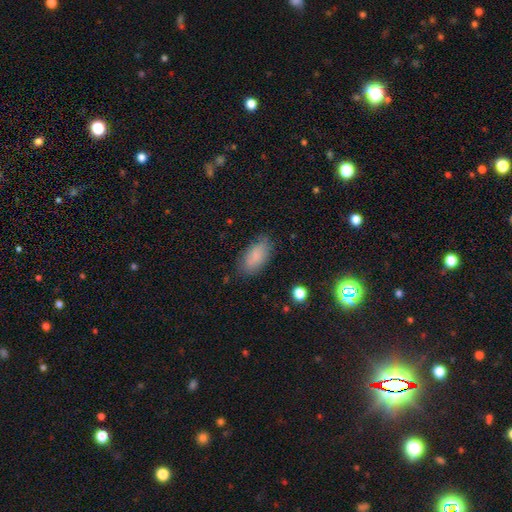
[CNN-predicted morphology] type=smooth (84%); roundness=in between (91%); merging=none (80%).